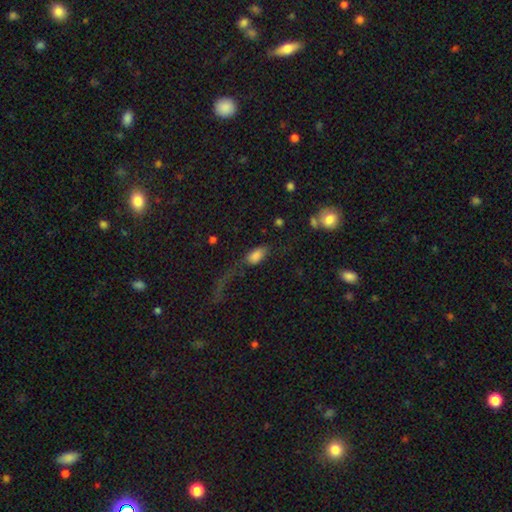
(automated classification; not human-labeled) This is likely a smooth galaxy (79%). How rounded: clearly in between (91%). Merging: marginally major disturbance (40%).